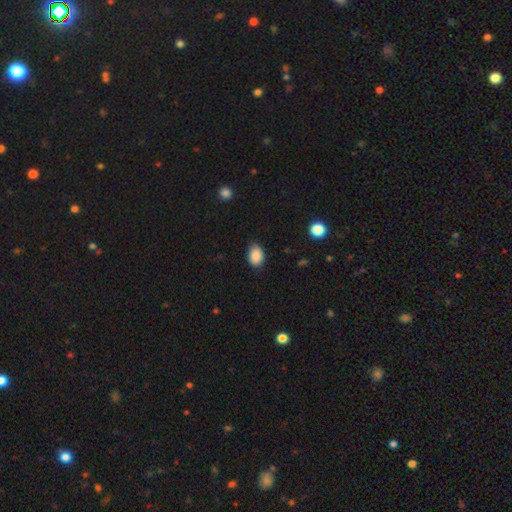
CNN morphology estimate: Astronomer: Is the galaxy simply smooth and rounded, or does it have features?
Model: smooth — 88%.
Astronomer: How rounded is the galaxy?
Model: in between — 77%.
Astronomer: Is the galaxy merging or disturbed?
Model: none — 80%.